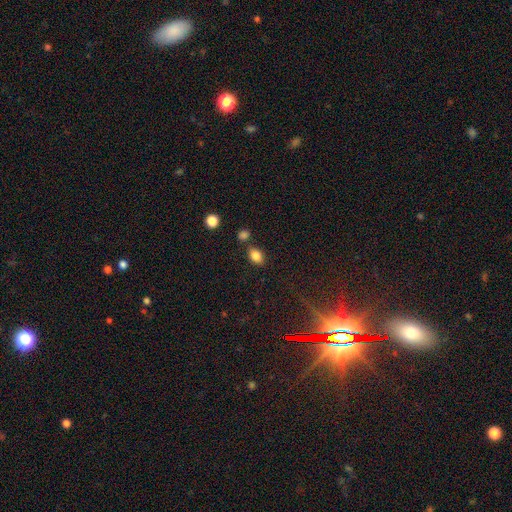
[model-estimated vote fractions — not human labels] The model was most divided on "how rounded": in between: 76%, round: 23%, cigar-shaped: 1%. More confident: smooth or featured — smooth (83%); merging — none (72%).